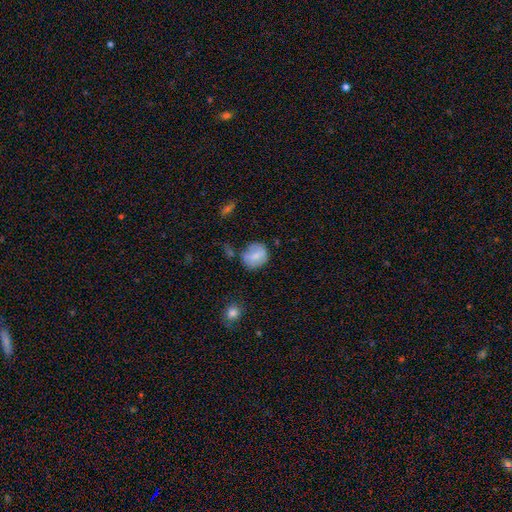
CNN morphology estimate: smooth-or-featured: smooth: 73% | featured or disk: 18% | star or artifact: 9%
  how-rounded: round: 66% | in between: 33% | cigar-shaped: 1%
  merging: none: 60% | minor disturbance: 24% | major disturbance: 9% | merger: 6%